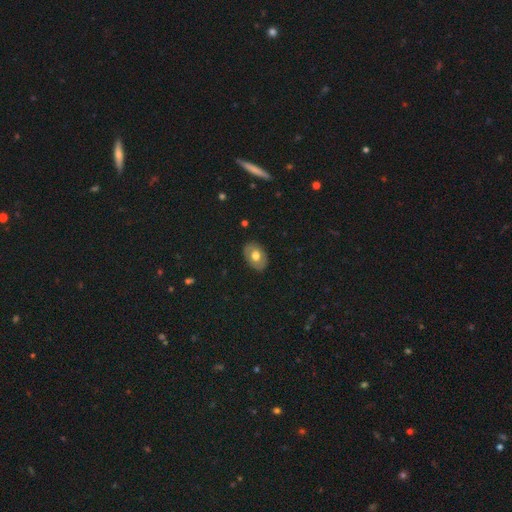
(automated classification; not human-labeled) A smooth galaxy with no disk features (62%) that is in between round and cigar-shaped (78%).

Vote fractions:
- Smooth or featured? smooth: 62% / featured or disk: 31% / star or artifact: 7%
- How rounded? in between: 78% / round: 21% / cigar-shaped: 1%
- Merging? none: 86% / minor disturbance: 10% / major disturbance: 2% / merger: 1%